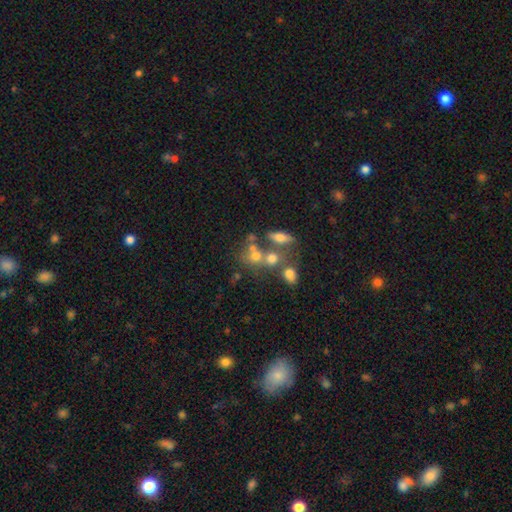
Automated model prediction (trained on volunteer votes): The model was most divided on "merging": merger: 42%, none: 40%, minor disturbance: 11%, major disturbance: 8%. Remaining: smooth or featured — smooth (47%).